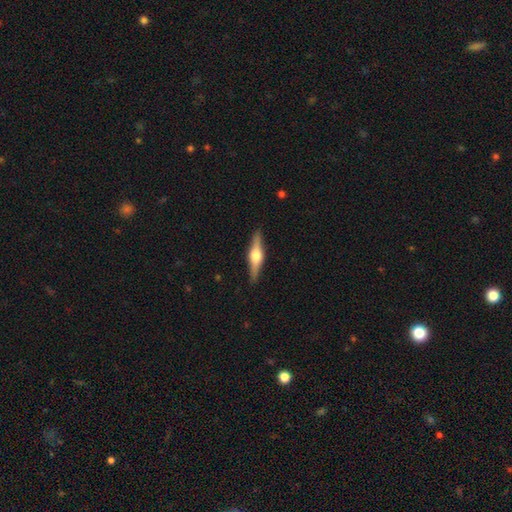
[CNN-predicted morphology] This appears to be a featured or disk galaxy (73%) viewed edge-on (98%) with a rounded central bulge (93%). Merging: none (90%).